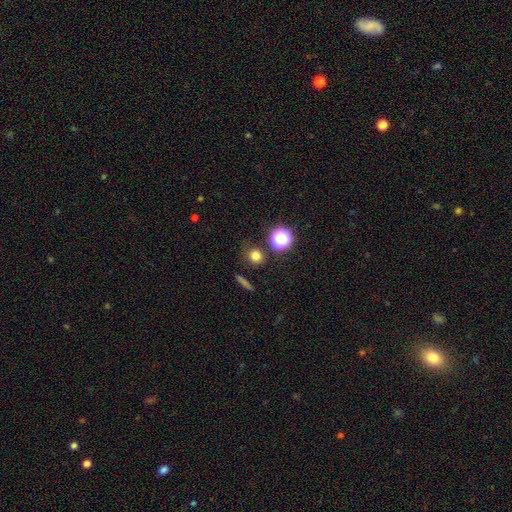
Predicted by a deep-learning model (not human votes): This appears to be a smooth galaxy with no disk features (77%) that is round (86%). Merging: none (81%).